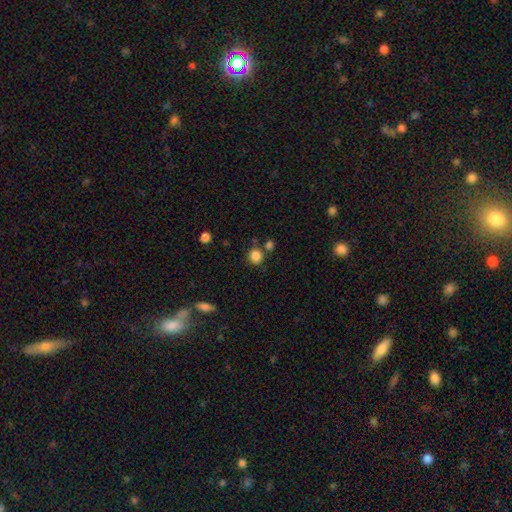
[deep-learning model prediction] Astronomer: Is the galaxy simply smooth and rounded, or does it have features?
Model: smooth — 85%.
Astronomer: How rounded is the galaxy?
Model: round — 86%.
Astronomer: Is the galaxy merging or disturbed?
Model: none — 76%.